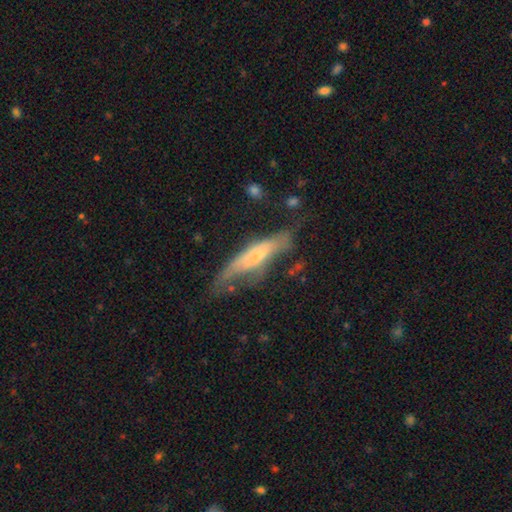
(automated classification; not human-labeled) The model was most divided on "smooth or featured": smooth: 49%, featured or disk: 44%, star or artifact: 7%. Remaining: merging — none (37%).